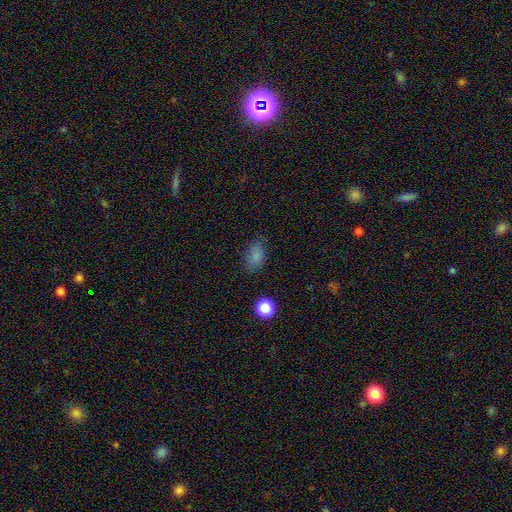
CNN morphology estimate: A smooth galaxy with no disk features (80%) that is in between round and cigar-shaped (85%).

Vote fractions:
- Smooth or featured? smooth: 80% / star or artifact: 14% / featured or disk: 6%
- How rounded? in between: 85% / round: 12% / cigar-shaped: 3%
- Merging? none: 75% / minor disturbance: 18% / major disturbance: 5% / merger: 2%